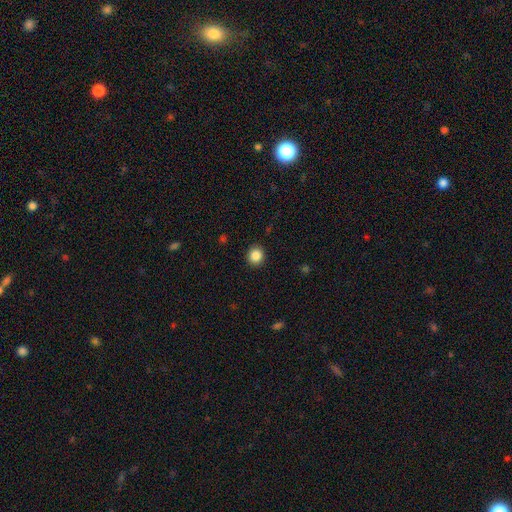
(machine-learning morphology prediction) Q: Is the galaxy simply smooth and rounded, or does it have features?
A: smooth — 85%.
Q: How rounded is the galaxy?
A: round — 88%.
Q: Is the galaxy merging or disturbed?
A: none — 92%.